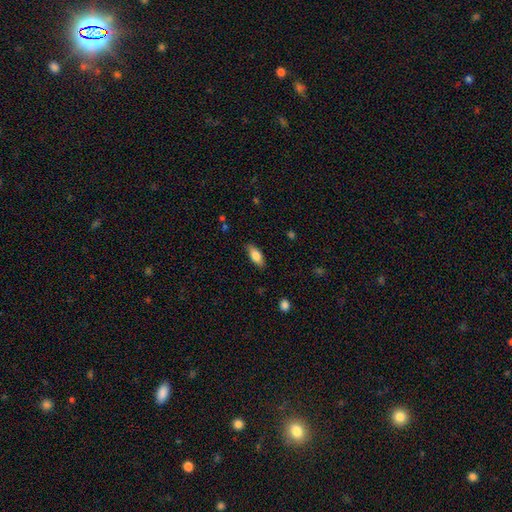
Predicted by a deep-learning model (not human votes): Smooth or featured: smooth — 80% (featured or disk — 13%)
How rounded: in between — 83% (cigar-shaped — 15%)
Merging: none — 84% (minor disturbance — 12%)